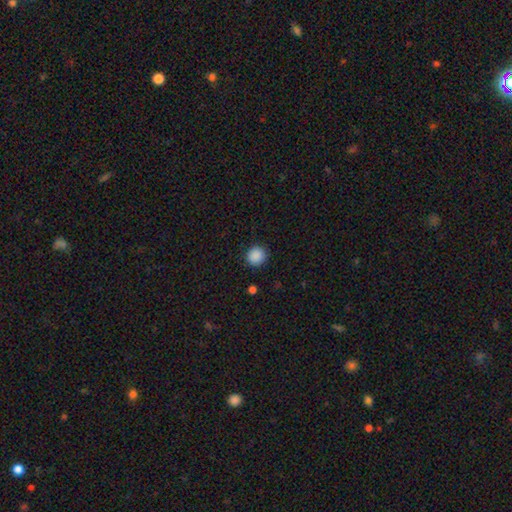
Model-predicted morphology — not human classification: Smooth or featured: smooth — 88% (star or artifact — 9%)
How rounded: round — 94% (in between — 5%)
Merging: none — 91% (minor disturbance — 6%)